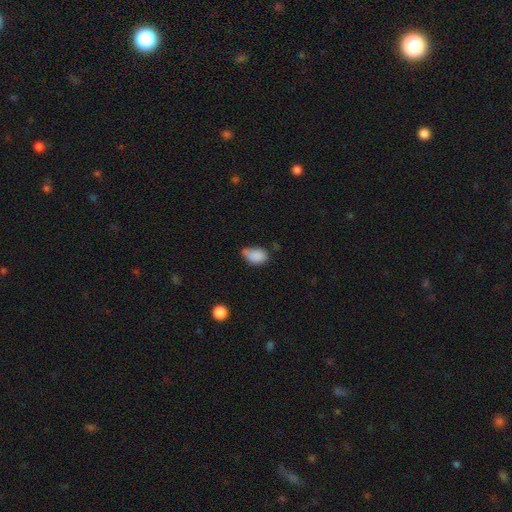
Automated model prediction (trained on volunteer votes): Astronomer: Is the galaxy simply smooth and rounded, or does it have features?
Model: smooth — 84%.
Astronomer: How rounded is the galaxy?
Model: in between — 81%.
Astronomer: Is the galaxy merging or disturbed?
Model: minor disturbance — 42% (runner-up: none, 37%).